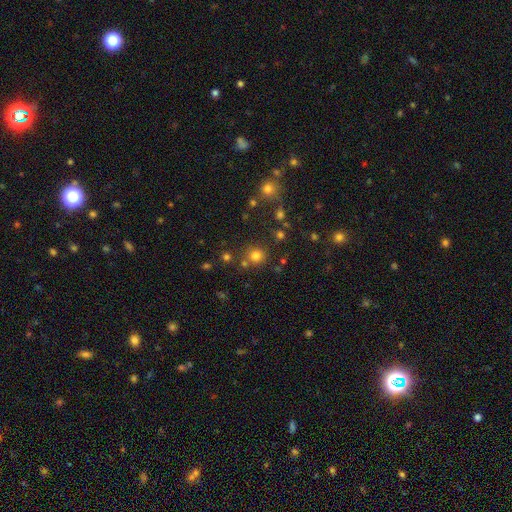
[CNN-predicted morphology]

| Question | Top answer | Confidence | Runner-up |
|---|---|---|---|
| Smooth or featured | smooth | 76% | star or artifact (18%) |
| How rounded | round | 92% | in between (7%) |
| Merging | none | 79% | merger (10%) |